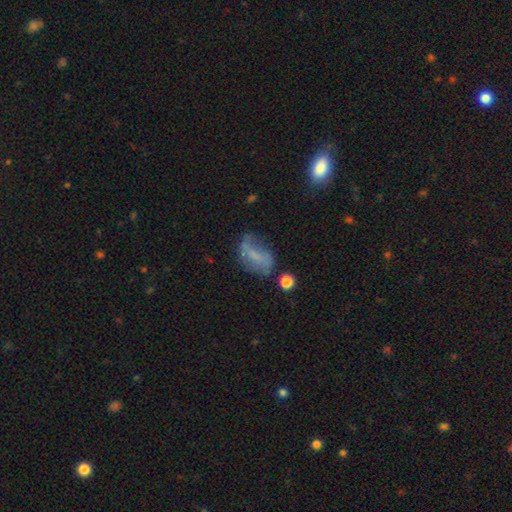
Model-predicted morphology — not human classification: A featured or disk galaxy (44%, tied with smooth). Merging: none (44%).